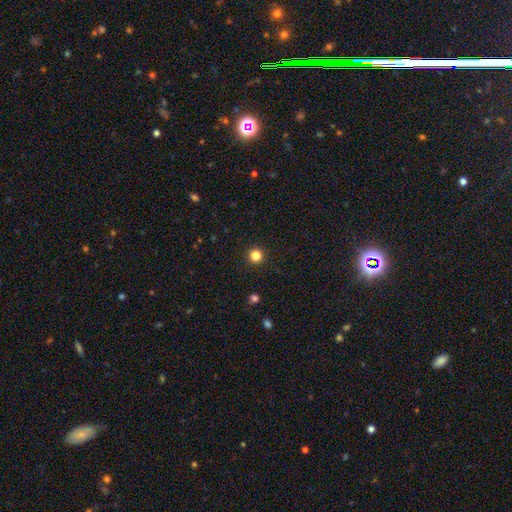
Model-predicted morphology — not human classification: smooth-or-featured: smooth: 83% | star or artifact: 13% | featured or disk: 4%
  how-rounded: round: 96% | in between: 3% | cigar-shaped: 1%
  merging: none: 93% | minor disturbance: 4% | major disturbance: 2% | merger: 1%